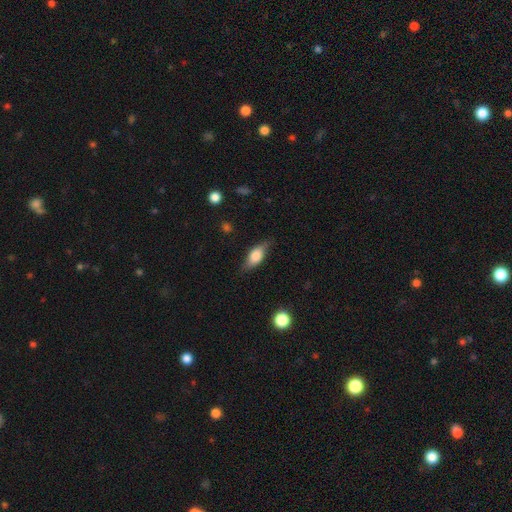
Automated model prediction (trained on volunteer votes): Smooth or featured?
  - smooth: 68% *
  - featured or disk: 25%
  - star or artifact: 7%
How rounded?
  - in between: 78% *
  - cigar-shaped: 18%
  - round: 4%
Merging?
  - none: 73% *
  - minor disturbance: 20%
  - major disturbance: 5%
  - merger: 1%